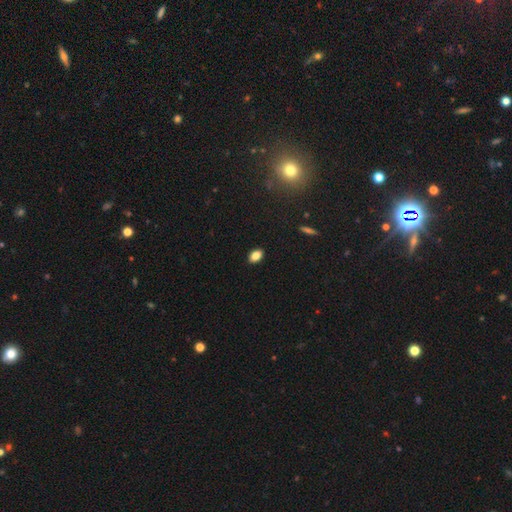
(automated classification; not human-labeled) smooth_or_featured: smooth (p=0.83) [alt: star or artifact p=0.10]
how_rounded: in between (p=0.85) [alt: round p=0.13]
merging: none (p=0.89) [alt: minor disturbance p=0.08]